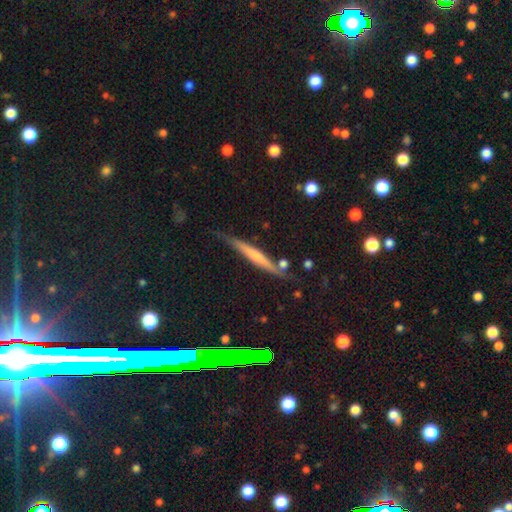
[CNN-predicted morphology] Smooth or featured?
  - featured or disk: 60% *
  - smooth: 26%
  - star or artifact: 15%
Edge-on disk?
  - yes: 91% *
  - no: 9%
Edge-on bulge?
  - rounded: 63% *
  - none: 27%
  - boxy: 9%
Merging?
  - none: 78% *
  - minor disturbance: 15%
  - major disturbance: 4%
  - merger: 3%